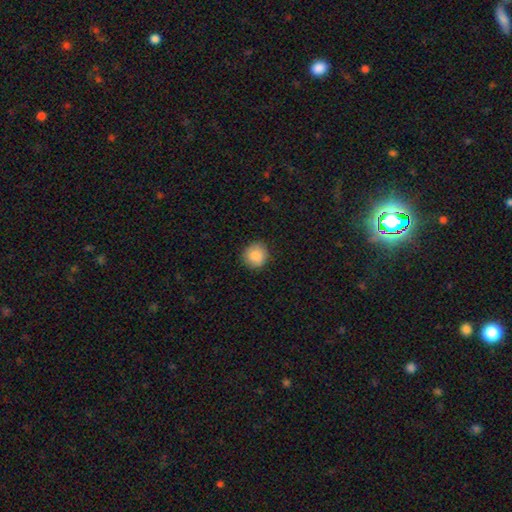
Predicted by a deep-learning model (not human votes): Smooth or featured?
  - smooth: 87% *
  - star or artifact: 8%
  - featured or disk: 4%
How rounded?
  - round: 91% *
  - in between: 8%
  - cigar-shaped: 1%
Merging?
  - none: 88% *
  - minor disturbance: 9%
  - major disturbance: 2%
  - merger: 1%